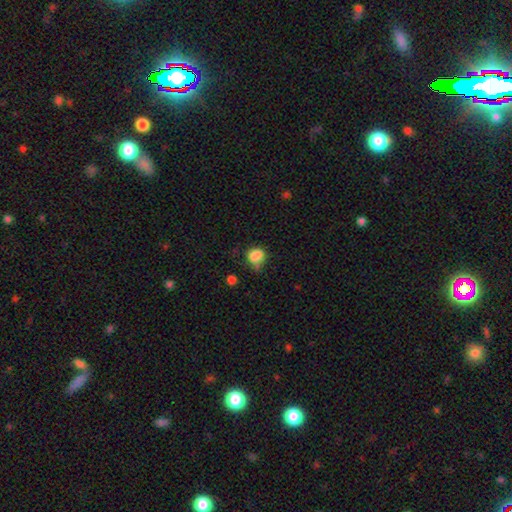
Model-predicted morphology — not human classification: type=smooth (83%); roundness=round (60%); merging=none (47%).